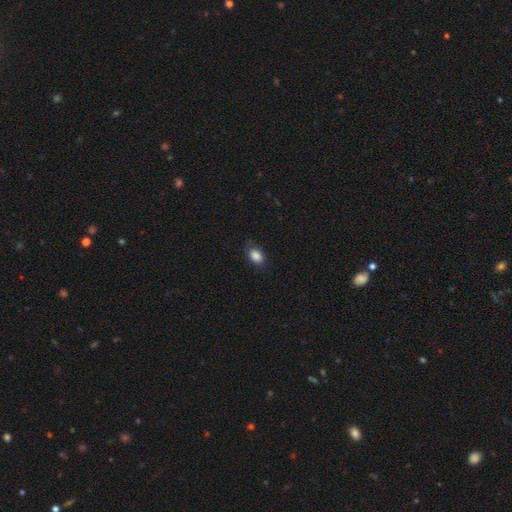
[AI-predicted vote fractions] smooth 87%, star or artifact 9%, featured or disk 5%. Down the decision tree: how rounded — in between (83%); merging — none (78%).